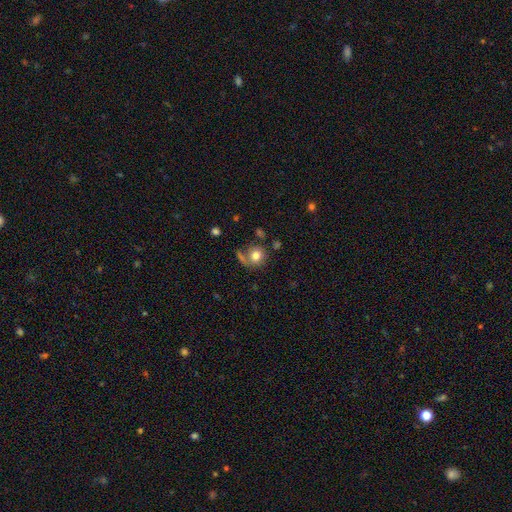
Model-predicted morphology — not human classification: Smooth or featured?
  - smooth: 77% *
  - featured or disk: 13%
  - star or artifact: 10%
How rounded?
  - round: 85% *
  - in between: 14%
  - cigar-shaped: 1%
Merging?
  - none: 61% *
  - minor disturbance: 15%
  - merger: 15%
  - major disturbance: 9%